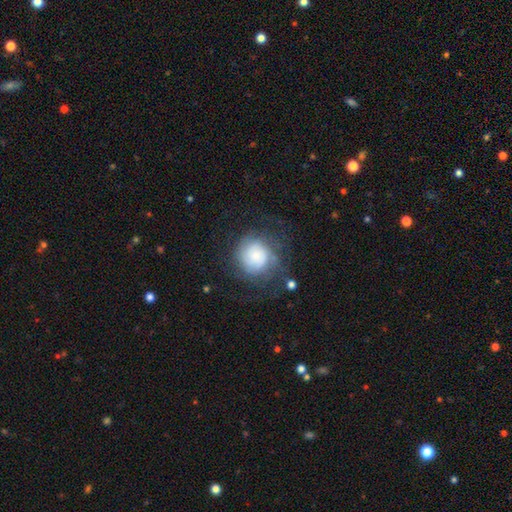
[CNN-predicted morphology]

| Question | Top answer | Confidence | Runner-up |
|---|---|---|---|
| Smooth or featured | smooth | 48% | featured or disk (33%) |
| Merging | none | 69% | minor disturbance (16%) |